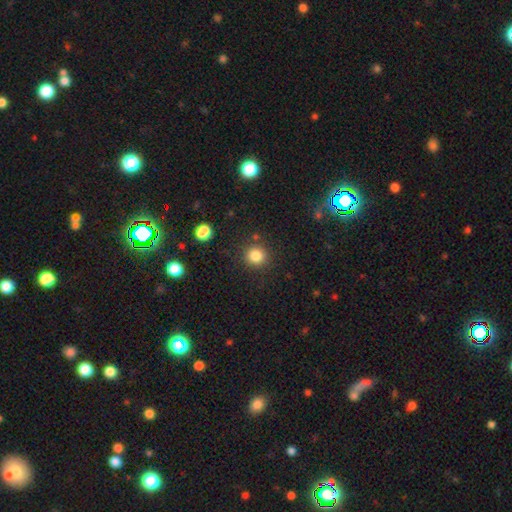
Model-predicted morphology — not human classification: The model was most divided on "smooth or featured": smooth: 83%, star or artifact: 12%, featured or disk: 5%. More confident: how rounded — round (92%); merging — none (87%).